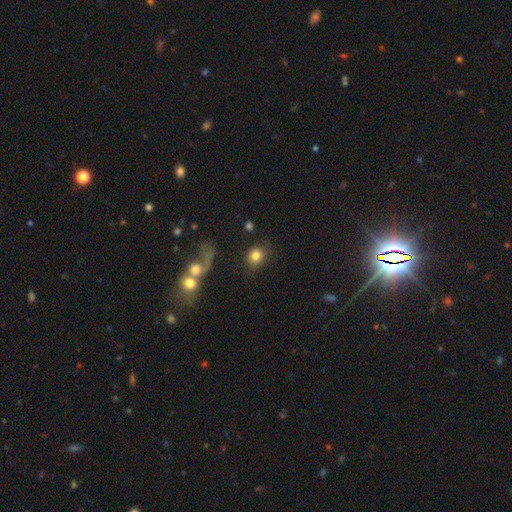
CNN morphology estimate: smooth 81%, featured or disk 10%, star or artifact 10%. Down the decision tree: how rounded — round (70%); merging — none (67%).